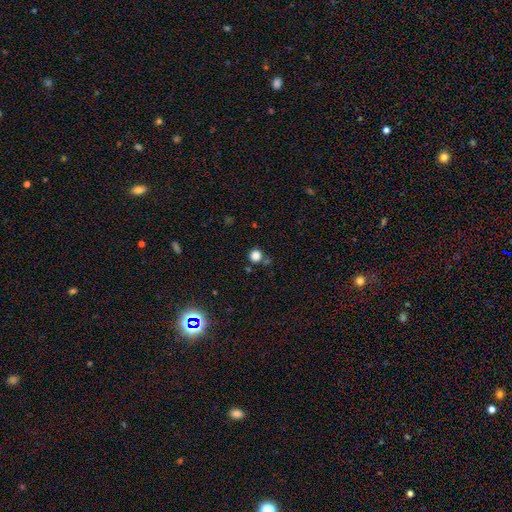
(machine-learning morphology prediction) Smooth or featured? smooth (81%)
How rounded? round (94%)
Merging? none (78%)